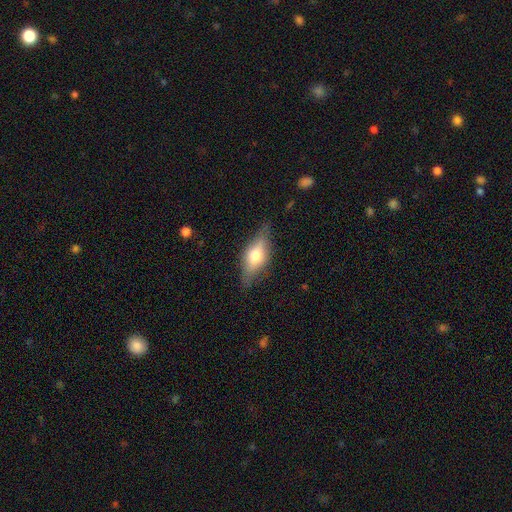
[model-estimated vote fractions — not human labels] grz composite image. It shows a smooth galaxy with no disk features (47%). Merging: none (78%).